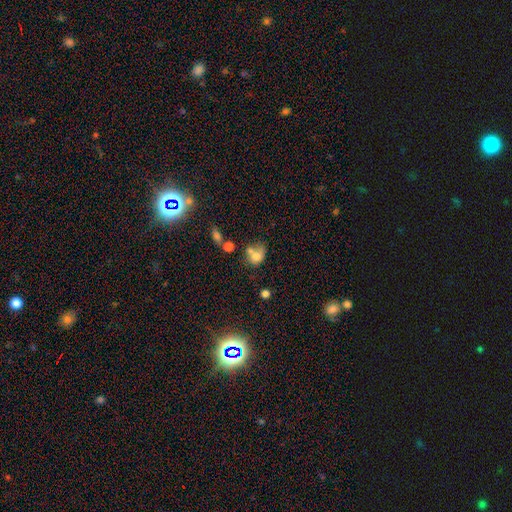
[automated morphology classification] smooth_or_featured: smooth (p=0.69) [alt: featured or disk p=0.18]
how_rounded: in between (p=0.51) [alt: round p=0.48]
merging: merger (p=0.43) [alt: none p=0.27]